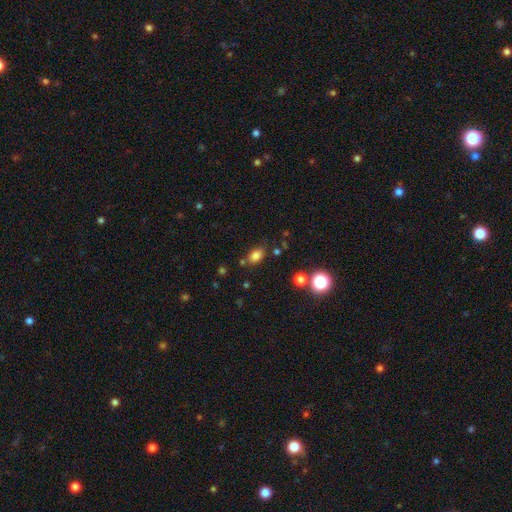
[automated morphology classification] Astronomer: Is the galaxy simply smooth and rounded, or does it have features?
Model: smooth — 80%.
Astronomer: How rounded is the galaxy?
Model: in between — 80%.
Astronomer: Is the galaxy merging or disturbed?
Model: none — 75%.